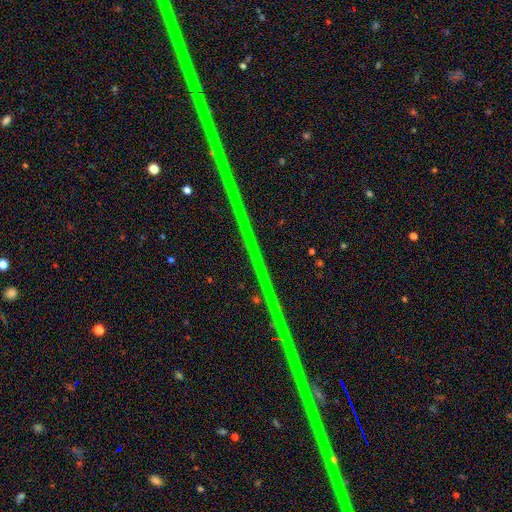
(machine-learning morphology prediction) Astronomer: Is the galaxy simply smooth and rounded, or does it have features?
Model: star or artifact — 90%.